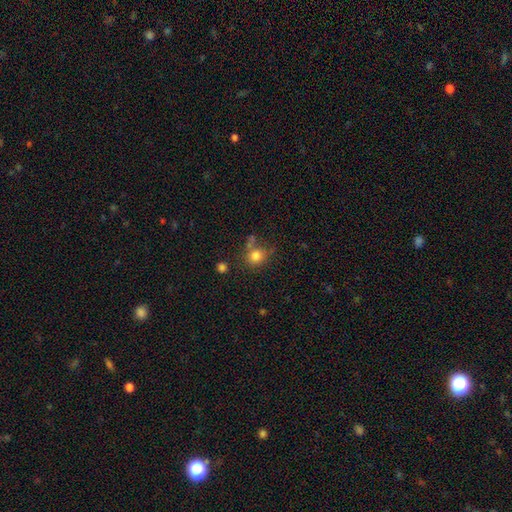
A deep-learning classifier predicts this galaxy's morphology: The model was most divided on "merging": none: 62%, minor disturbance: 17%, merger: 15%, major disturbance: 7%. More confident: how rounded — round (82%); smooth or featured — smooth (80%).